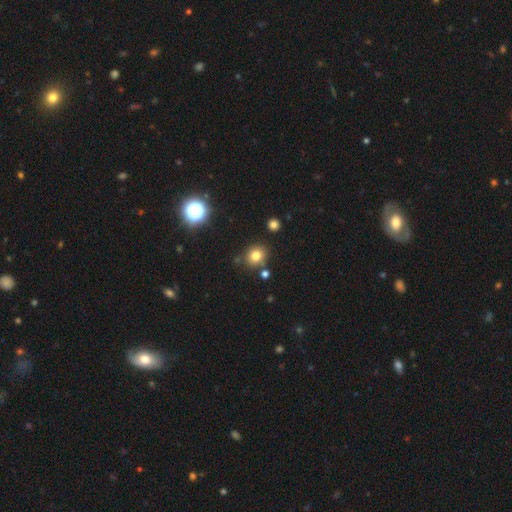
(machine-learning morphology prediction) Q: Smooth or featured?
A: smooth (77%); runner-up: star or artifact (15%)
Q: How rounded?
A: round (75%); runner-up: in between (24%)
Q: Merging?
A: none (79%); runner-up: minor disturbance (11%)